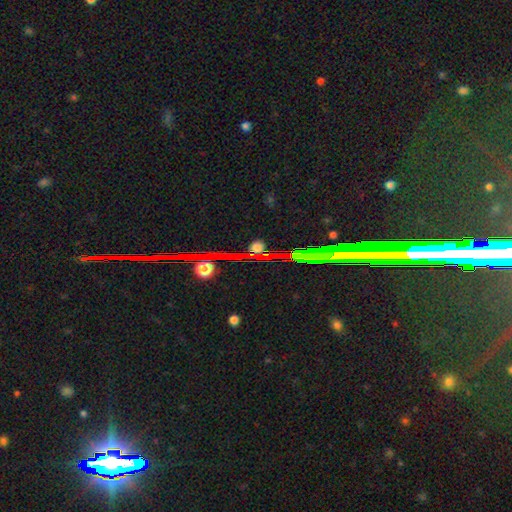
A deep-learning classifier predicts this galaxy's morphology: star or artifact 73%, featured or disk 16%, smooth 11%.